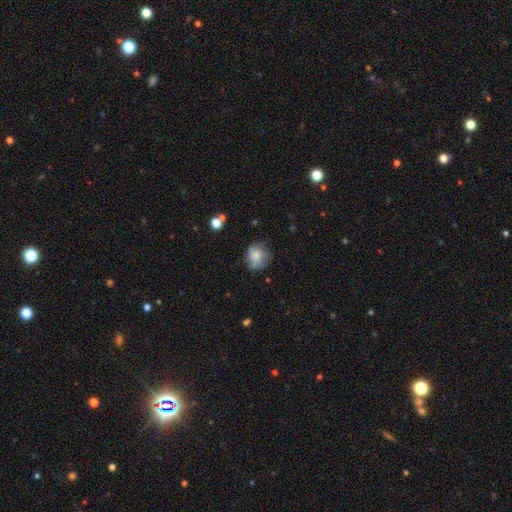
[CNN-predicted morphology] Smooth or featured? Predicted: smooth (p=0.62). How rounded? Predicted: round (p=0.72). Merging? Predicted: none (p=0.57).